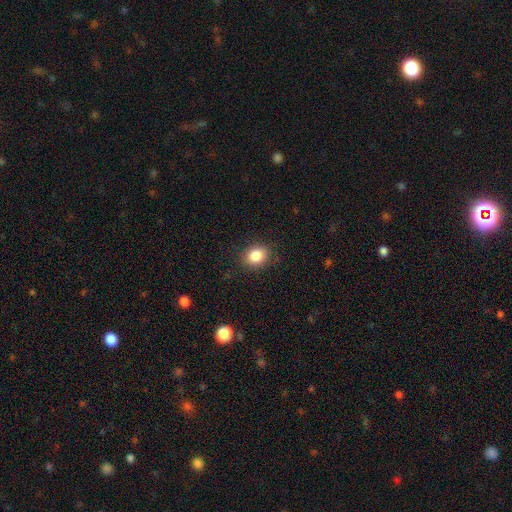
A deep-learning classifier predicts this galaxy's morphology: Smooth or featured: smooth — 84% (star or artifact — 10%)
How rounded: round — 60% (in between — 39%)
Merging: none — 87% (minor disturbance — 10%)